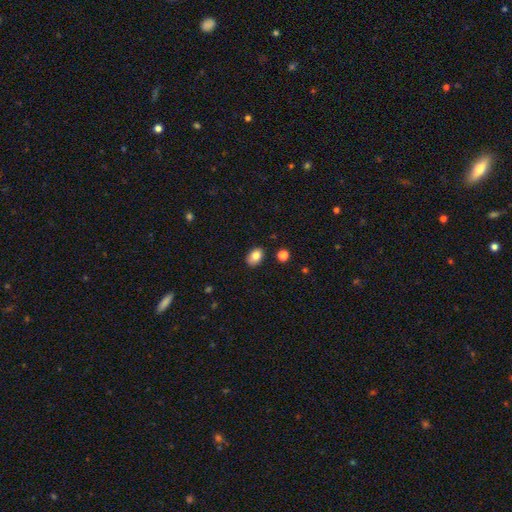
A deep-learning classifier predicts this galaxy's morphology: Q: Smooth or featured?
A: smooth (82%); runner-up: featured or disk (9%)
Q: How rounded?
A: in between (82%); runner-up: round (16%)
Q: Merging?
A: none (83%); runner-up: minor disturbance (13%)